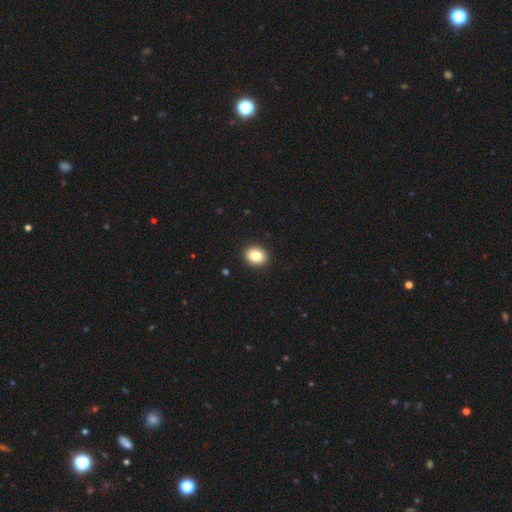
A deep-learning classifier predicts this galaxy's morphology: smooth 83%, star or artifact 9%, featured or disk 8%. Down the decision tree: how rounded — round (60%); merging — none (92%).